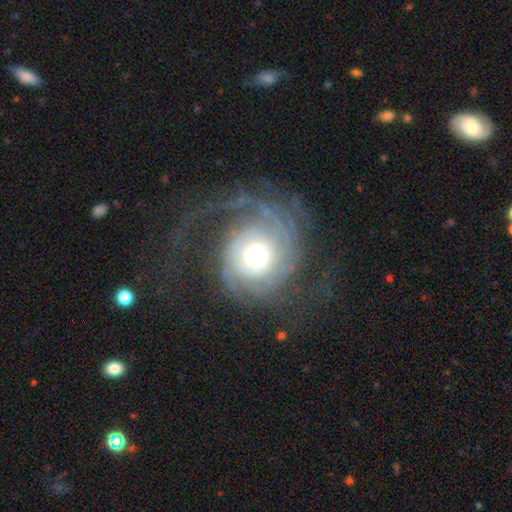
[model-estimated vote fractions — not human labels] This appears to be a featured or disk galaxy (82%) with no bar (81%), tight (51%) spiral arms (92%) and a moderate central bulge (59%). Merging: none (51%).